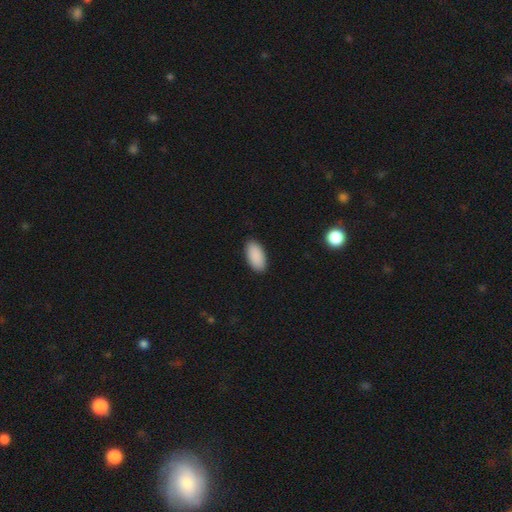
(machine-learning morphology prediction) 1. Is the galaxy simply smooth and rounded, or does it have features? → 91% smooth, 6% star or artifact, 3% featured or disk.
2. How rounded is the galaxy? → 95% in between, 3% cigar-shaped, 2% round.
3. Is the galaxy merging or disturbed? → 89% none, 8% minor disturbance, 2% major disturbance, 1% merger.